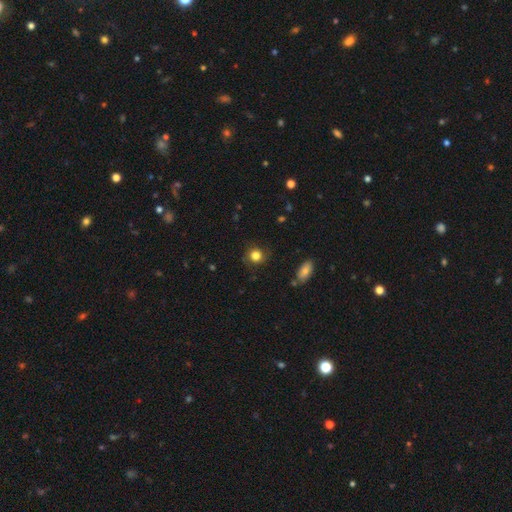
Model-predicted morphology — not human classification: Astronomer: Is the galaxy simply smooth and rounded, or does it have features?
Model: smooth — 82%.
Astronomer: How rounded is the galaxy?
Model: round — 86%.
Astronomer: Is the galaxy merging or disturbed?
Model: none — 82%.